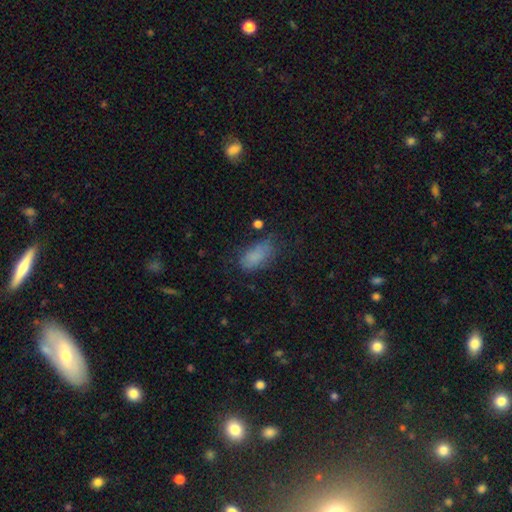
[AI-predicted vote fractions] Smooth or featured? Predicted: smooth (p=0.79). How rounded? Predicted: in between (p=0.89). Merging? Predicted: none (p=0.55).